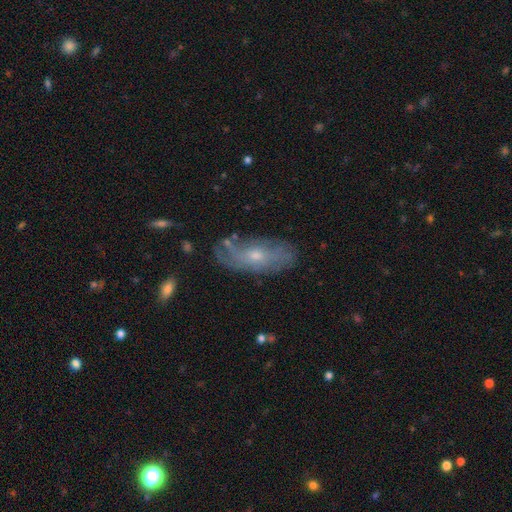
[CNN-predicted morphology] featured or disk 62%, smooth 29%, star or artifact 8%. Down the decision tree: edge-on disk — no (84%); bar — no (78%); spiral arms — yes (68%); bulge size — small (53%); merging — none (65%).